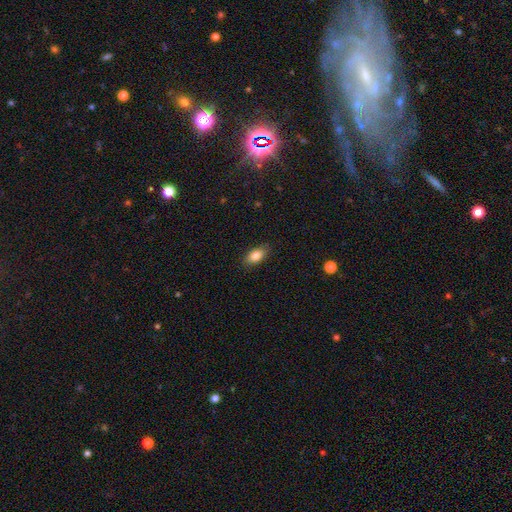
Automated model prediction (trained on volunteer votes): Q: Smooth or featured?
A: smooth (84%); runner-up: featured or disk (8%)
Q: How rounded?
A: in between (90%); runner-up: round (5%)
Q: Merging?
A: none (86%); runner-up: minor disturbance (10%)